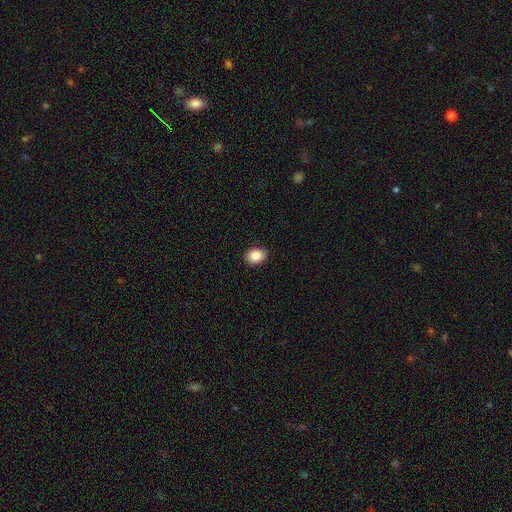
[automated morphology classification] Smooth or featured? Predicted: smooth (p=0.86). How rounded? Predicted: in between (p=0.59). Merging? Predicted: none (p=0.87).